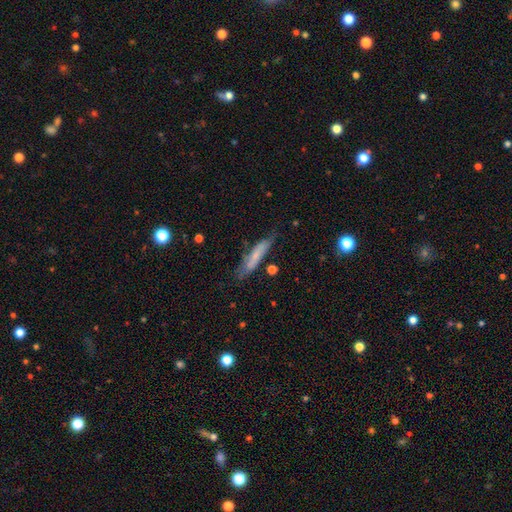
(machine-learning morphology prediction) Smooth or featured? smooth (60%)
How rounded? cigar-shaped (84%)
Merging? none (69%)